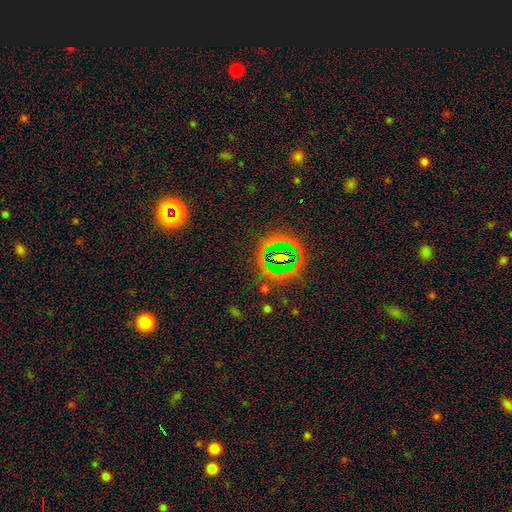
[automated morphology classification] star or artifact 57%, featured or disk 24%, smooth 19%.